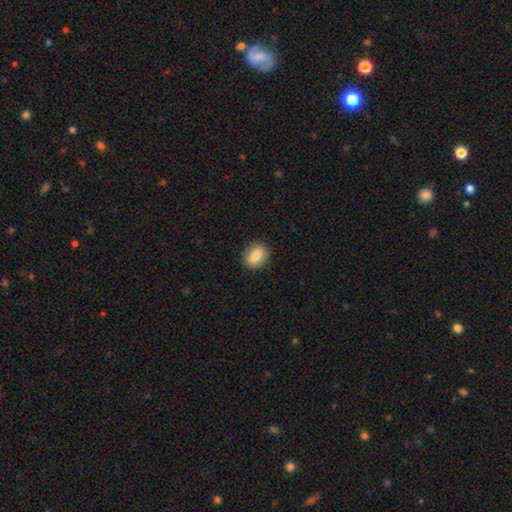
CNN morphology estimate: Smooth or featured: smooth — 84% (featured or disk — 8%)
How rounded: in between — 57% (round — 42%)
Merging: none — 88% (minor disturbance — 8%)